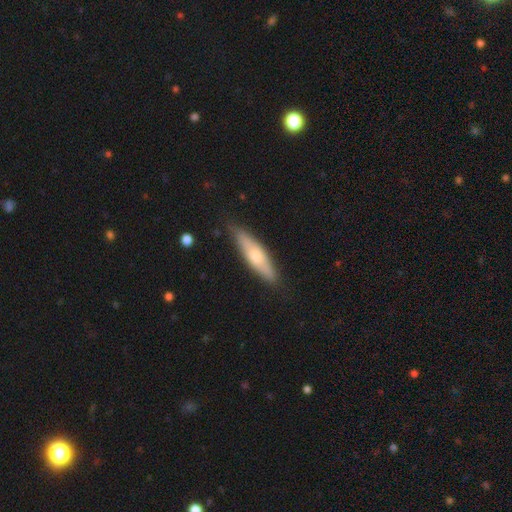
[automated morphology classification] Q: Smooth or featured?
A: smooth (56%); runner-up: featured or disk (39%)
Q: How rounded?
A: cigar-shaped (72%); runner-up: in between (26%)
Q: Merging?
A: none (83%); runner-up: minor disturbance (14%)